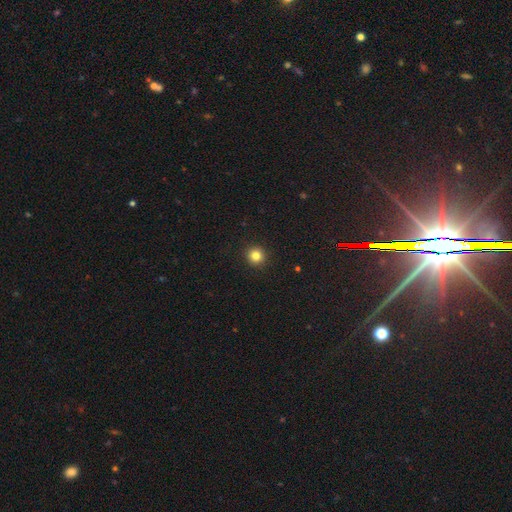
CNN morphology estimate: type=smooth (83%); roundness=round (94%); merging=none (93%).